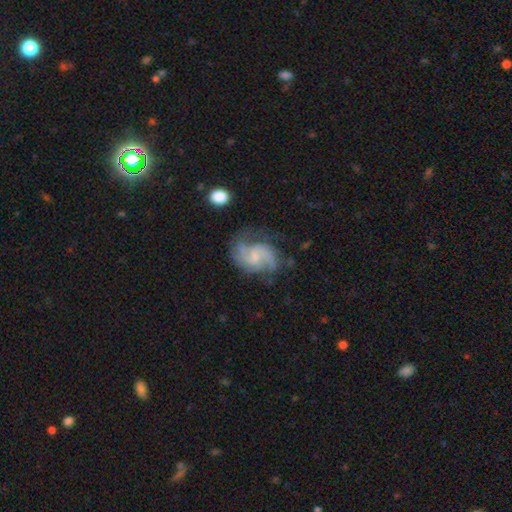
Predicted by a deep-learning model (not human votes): smooth_or_featured: featured or disk (p=0.82) [alt: smooth p=0.11]
disk_edge_on: no (p=0.98) [alt: yes p=0.02]
bar: weak (p=0.46) [tied with: no p=0.46]
has_spiral_arms: yes (p=0.95) [alt: no p=0.05]
spiral_winding: medium (p=0.51) [alt: loose p=0.30]
spiral_arm_count: 2 (p=0.71) [alt: 3 p=0.10]
bulge_size: small (p=0.53) [alt: none p=0.23]
merging: none (p=0.59) [alt: minor disturbance p=0.22]